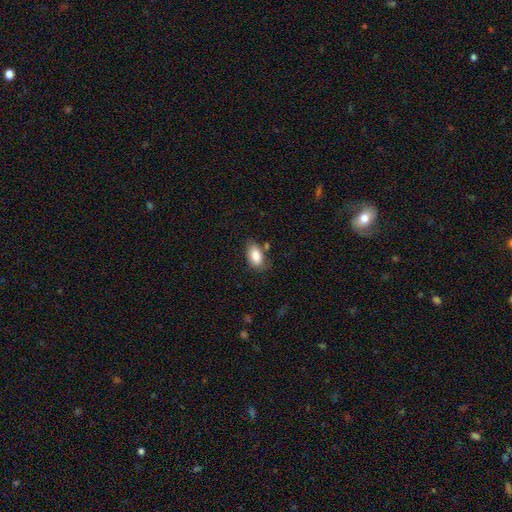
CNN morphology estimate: Smooth or featured? smooth (85%)
How rounded? in between (92%)
Merging? none (72%)